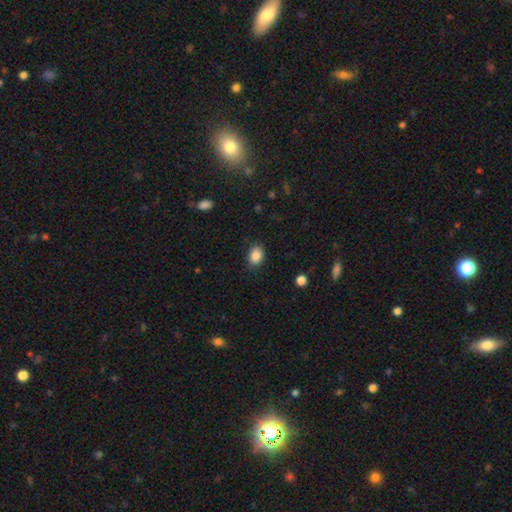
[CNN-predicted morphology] Smooth or featured?
  - smooth: 87% *
  - star or artifact: 9%
  - featured or disk: 4%
How rounded?
  - in between: 71% *
  - round: 28%
  - cigar-shaped: 1%
Merging?
  - none: 84% *
  - minor disturbance: 12%
  - major disturbance: 3%
  - merger: 1%